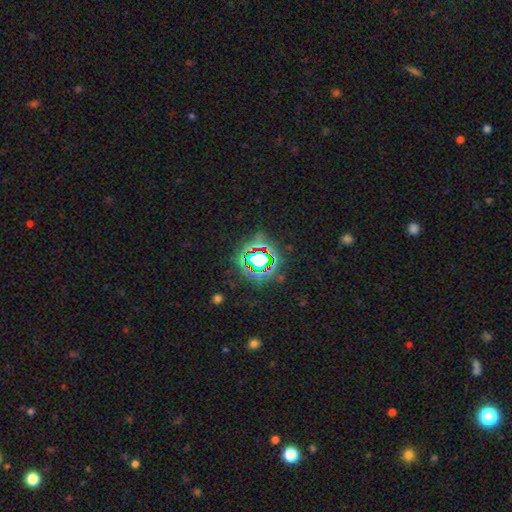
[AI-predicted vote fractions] Smooth or featured?
  - star or artifact: 78% *
  - smooth: 14%
  - featured or disk: 9%